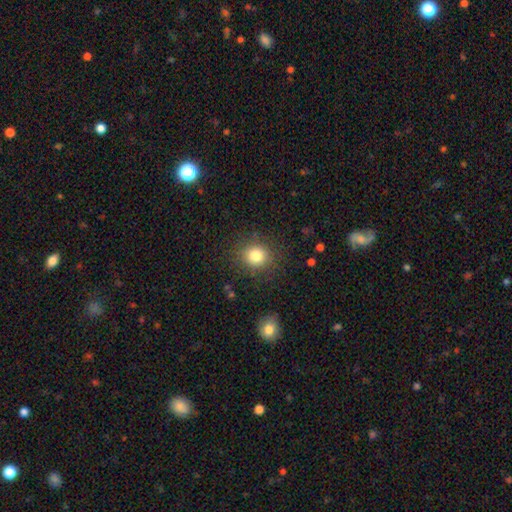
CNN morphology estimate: smooth_or_featured: smooth (p=0.81) [alt: star or artifact p=0.12]
how_rounded: round (p=0.82) [alt: in between p=0.17]
merging: none (p=0.86) [alt: minor disturbance p=0.09]